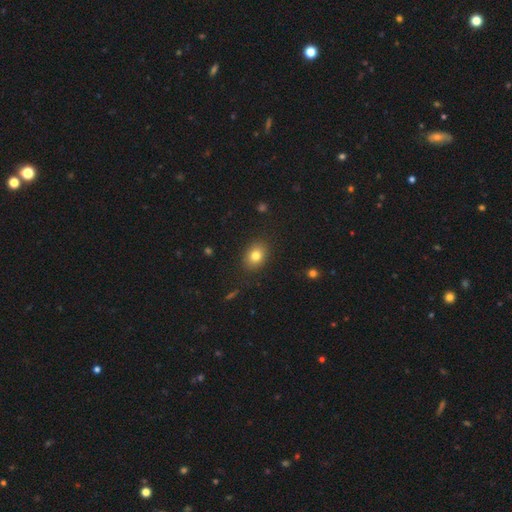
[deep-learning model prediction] Smooth or featured? Predicted: smooth (p=0.79). How rounded? Predicted: in between (p=0.59). Merging? Predicted: none (p=0.87).